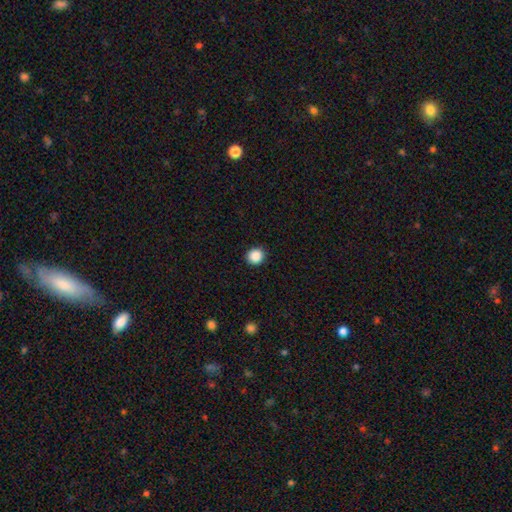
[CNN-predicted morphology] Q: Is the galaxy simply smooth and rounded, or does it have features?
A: smooth — 88%.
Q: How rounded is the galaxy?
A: round — 90%.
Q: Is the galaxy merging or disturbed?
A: none — 92%.